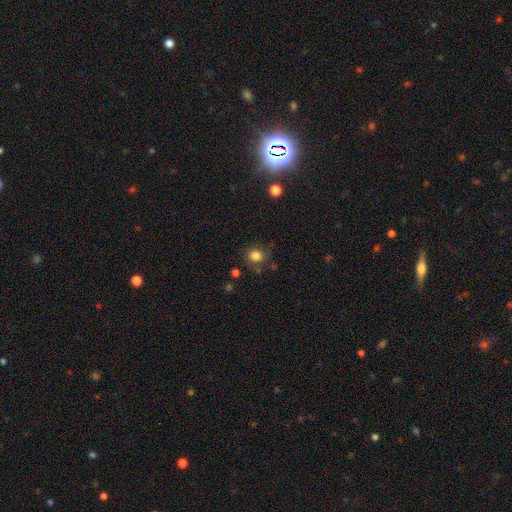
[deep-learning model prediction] Morphology: type=smooth (81%); roundness=round (74%); merging=none (73%).